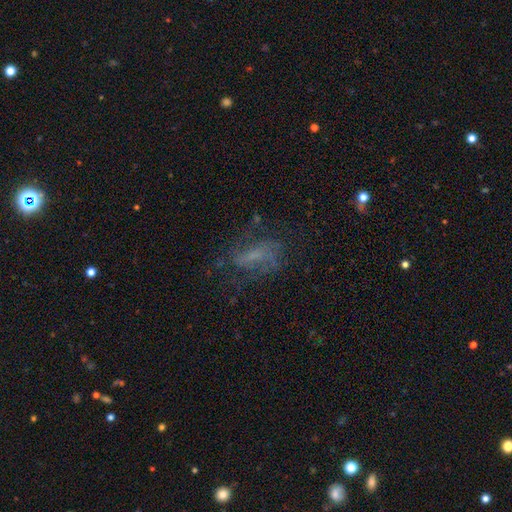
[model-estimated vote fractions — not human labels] Q: Smooth or featured?
A: featured or disk (54%); runner-up: smooth (29%)
Q: Edge-on disk?
A: no (93%); runner-up: yes (7%)
Q: Bar?
A: no (45%); runner-up: weak (40%)
Q: Spiral arms?
A: yes (68%); runner-up: no (32%)
Q: Bulge size?
A: none (43%); runner-up: small (36%)
Q: Merging?
A: none (53%); runner-up: major disturbance (24%)